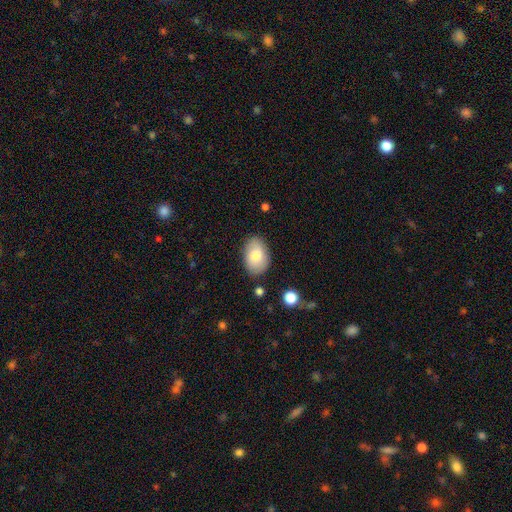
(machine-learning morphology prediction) A smooth galaxy with no disk features (77%) that is in between round and cigar-shaped (87%).

Vote fractions:
- Smooth or featured? smooth: 77% / featured or disk: 17% / star or artifact: 7%
- How rounded? in between: 87% / round: 12% / cigar-shaped: 1%
- Merging? none: 81% / minor disturbance: 14% / major disturbance: 3% / merger: 2%